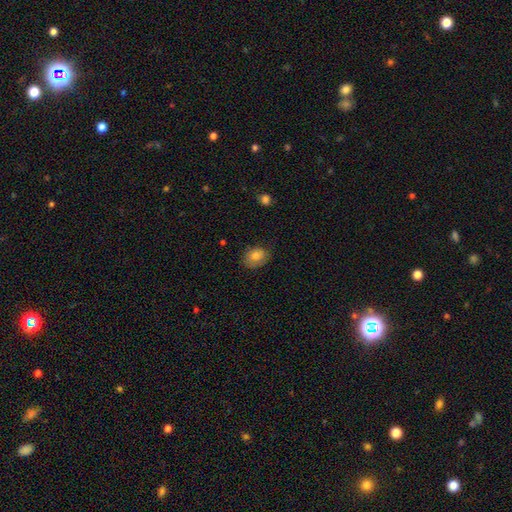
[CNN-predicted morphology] This appears to be a smooth galaxy with no disk features (78%) that is in between round and cigar-shaped (64%). Merging: none (75%).